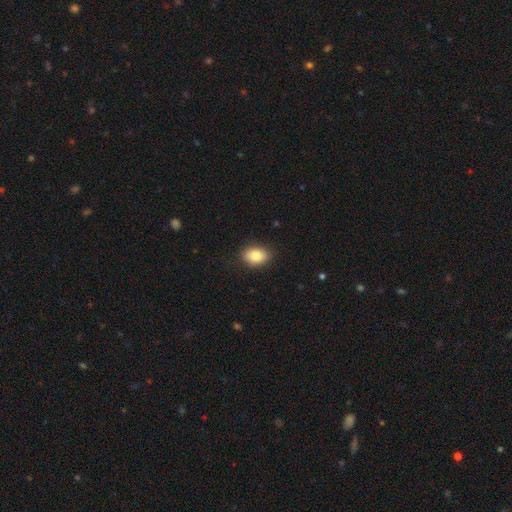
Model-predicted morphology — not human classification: A smooth galaxy with no disk features (84%) that is in between round and cigar-shaped (79%). Merging: none (87%).